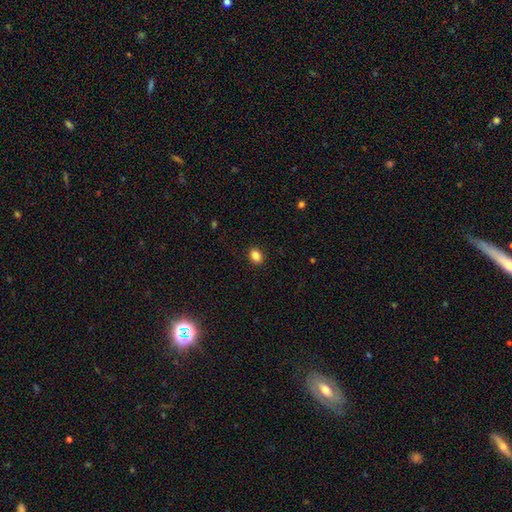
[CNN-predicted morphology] Q: Smooth or featured?
A: smooth (86%); runner-up: star or artifact (10%)
Q: How rounded?
A: in between (63%); runner-up: round (36%)
Q: Merging?
A: none (90%); runner-up: minor disturbance (7%)